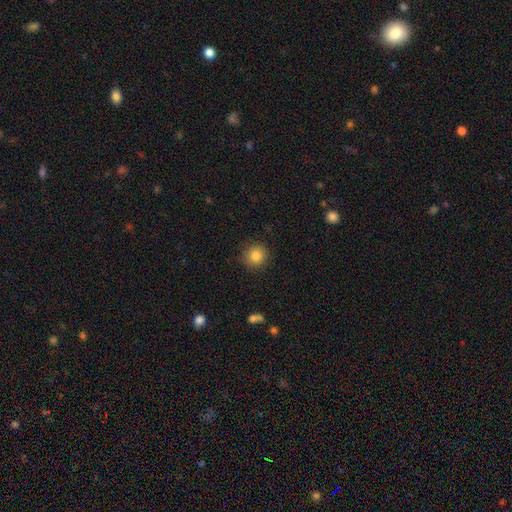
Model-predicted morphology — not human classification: Overall: smooth (84%). How rounded: round (92%). Merging: none (89%).